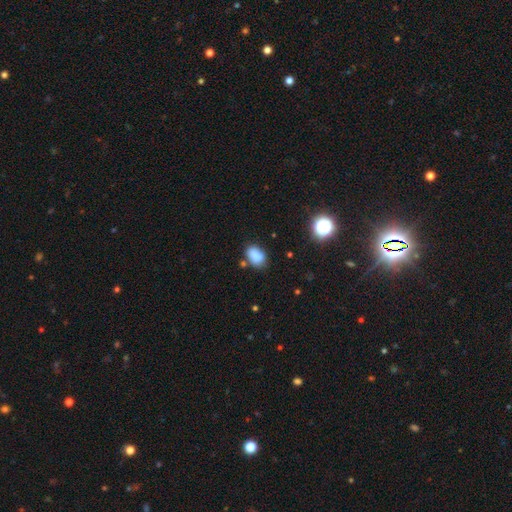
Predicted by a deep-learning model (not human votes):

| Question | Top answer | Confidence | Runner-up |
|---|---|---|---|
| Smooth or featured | smooth | 83% | star or artifact (11%) |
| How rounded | in between | 83% | round (15%) |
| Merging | none | 67% | minor disturbance (19%) |